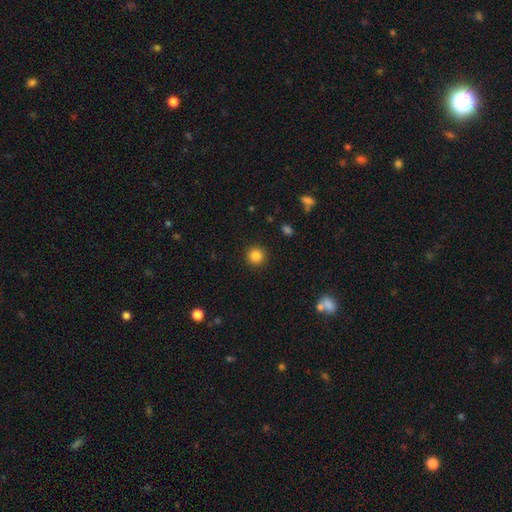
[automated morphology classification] This appears to be a smooth galaxy with no disk features (84%) that is round (94%). Merging: none (92%).